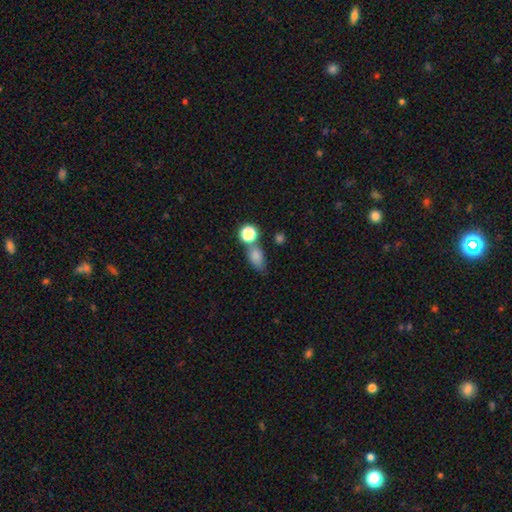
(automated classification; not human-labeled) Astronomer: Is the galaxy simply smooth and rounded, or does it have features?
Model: smooth — 79%.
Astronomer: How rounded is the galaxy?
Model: in between — 74%.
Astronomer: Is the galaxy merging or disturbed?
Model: none — 55%.